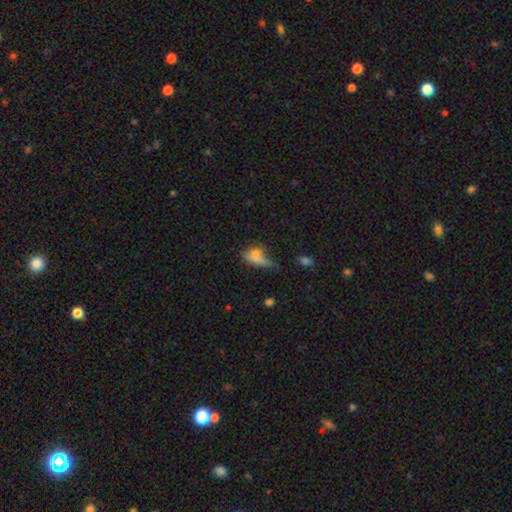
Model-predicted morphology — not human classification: The model was most divided on "merging": none: 33%, major disturbance: 25%, minor disturbance: 24%, merger: 19%. More confident: how rounded — in between (66%); smooth or featured — smooth (66%).